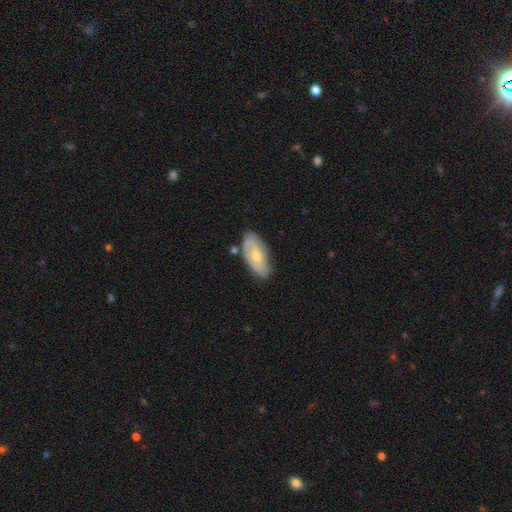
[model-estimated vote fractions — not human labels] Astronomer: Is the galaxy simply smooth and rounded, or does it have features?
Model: smooth — 49% (runner-up: featured or disk, 44%).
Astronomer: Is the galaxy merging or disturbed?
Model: none — 69%.